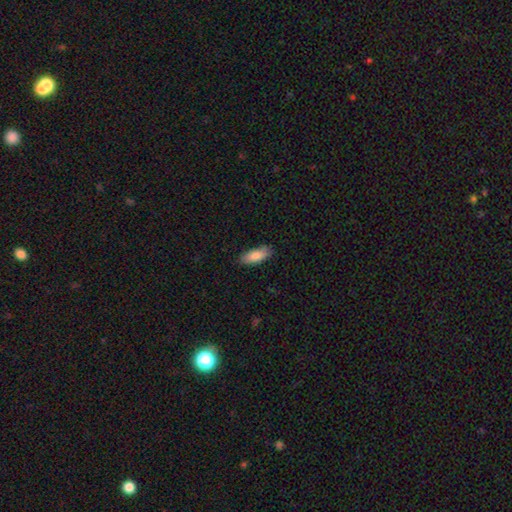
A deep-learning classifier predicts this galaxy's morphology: A smooth galaxy with no disk features (87%) that is in between round and cigar-shaped (75%). Merging: none (84%).